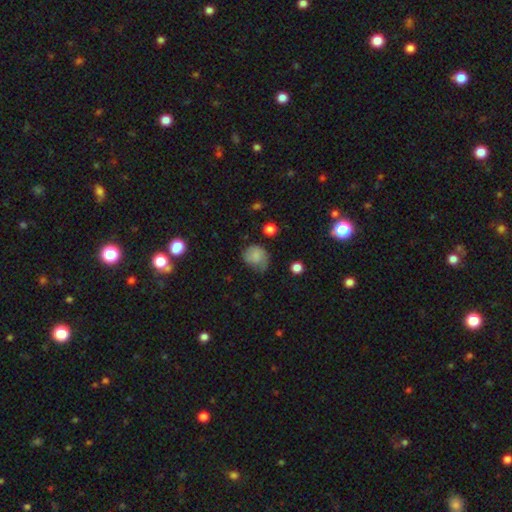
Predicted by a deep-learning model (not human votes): A smooth galaxy with no disk features (70%) that is round (66%).

Vote fractions:
- Smooth or featured? smooth: 70% / featured or disk: 20% / star or artifact: 10%
- How rounded? round: 66% / in between: 33% / cigar-shaped: 1%
- Merging? none: 46% / minor disturbance: 36% / major disturbance: 16% / merger: 2%